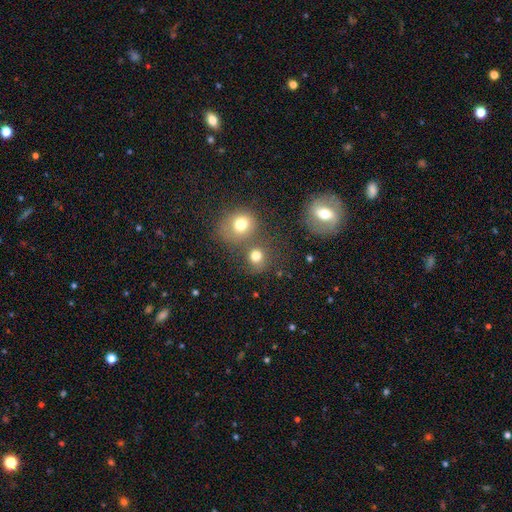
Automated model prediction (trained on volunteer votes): Q: Smooth or featured?
A: smooth (76%); runner-up: star or artifact (15%)
Q: How rounded?
A: round (80%); runner-up: in between (18%)
Q: Merging?
A: none (54%); runner-up: merger (30%)